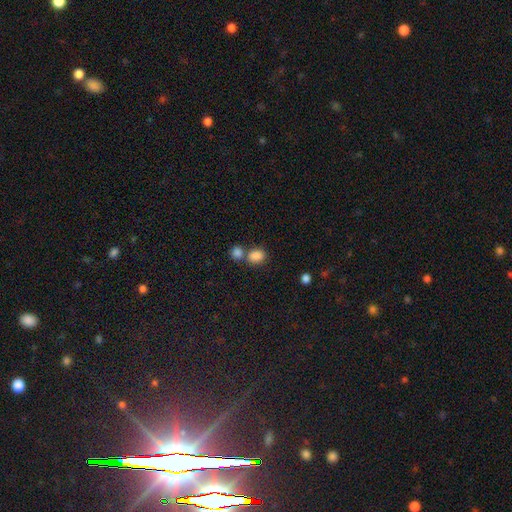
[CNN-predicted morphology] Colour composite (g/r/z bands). It shows a smooth galaxy with no disk features (85%) that is in between round and cigar-shaped (57%). Merging: none (48%).